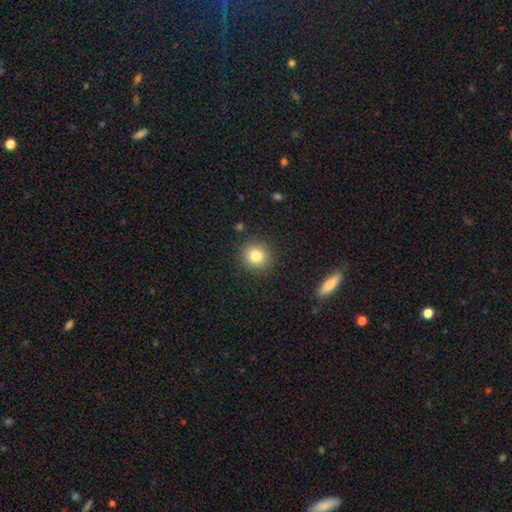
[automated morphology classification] Smooth or featured? smooth (82%)
How rounded? round (87%)
Merging? none (89%)